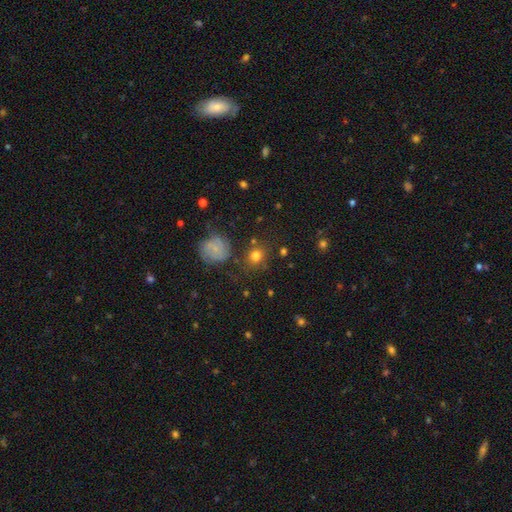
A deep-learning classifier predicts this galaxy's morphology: smooth-or-featured: smooth: 71% | featured or disk: 16% | star or artifact: 12%
  how-rounded: round: 74% | in between: 25% | cigar-shaped: 1%
  merging: none: 77% | minor disturbance: 12% | merger: 5% | major disturbance: 5%